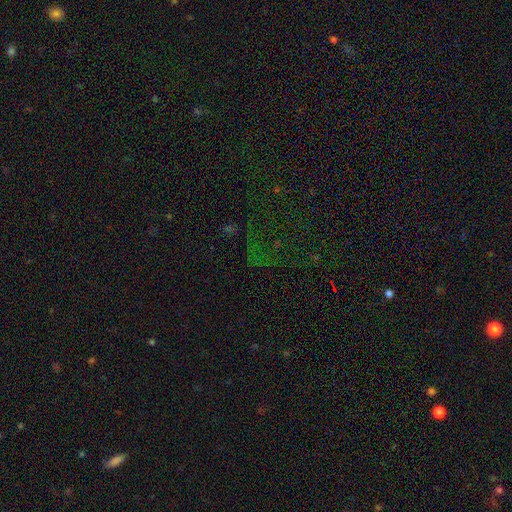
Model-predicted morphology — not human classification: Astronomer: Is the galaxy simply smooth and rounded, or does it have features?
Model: star or artifact — 69%.